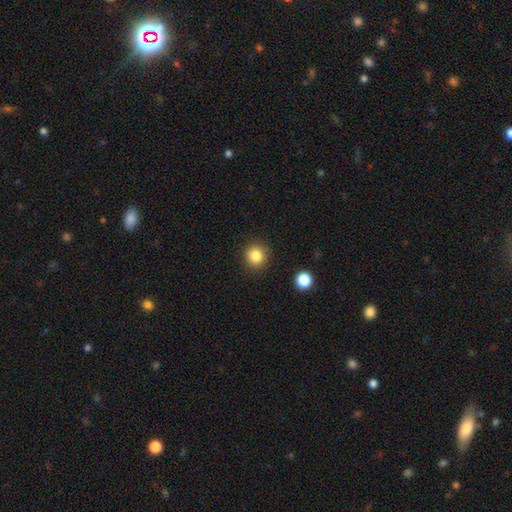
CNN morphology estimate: Q: Smooth or featured?
A: smooth (84%); runner-up: star or artifact (11%)
Q: How rounded?
A: round (91%); runner-up: in between (8%)
Q: Merging?
A: none (89%); runner-up: minor disturbance (7%)